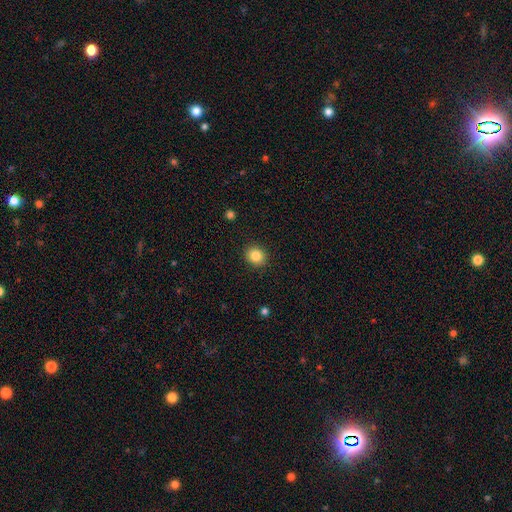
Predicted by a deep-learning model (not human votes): Smooth or featured? smooth (84%)
How rounded? round (78%)
Merging? none (91%)